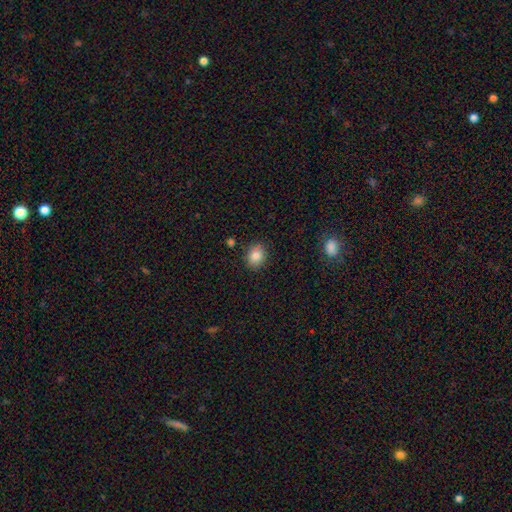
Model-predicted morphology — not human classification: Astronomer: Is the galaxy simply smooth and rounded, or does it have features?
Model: smooth — 84%.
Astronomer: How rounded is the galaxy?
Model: round — 60% (runner-up: in between, 39%).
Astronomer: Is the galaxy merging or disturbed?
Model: none — 84%.